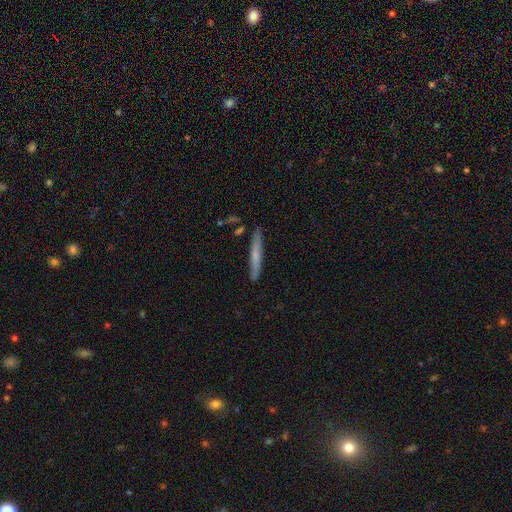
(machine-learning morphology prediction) The model was most divided on "smooth or featured": smooth: 55%, featured or disk: 38%, star or artifact: 7%. More confident: how rounded — cigar-shaped (95%); merging — none (85%).